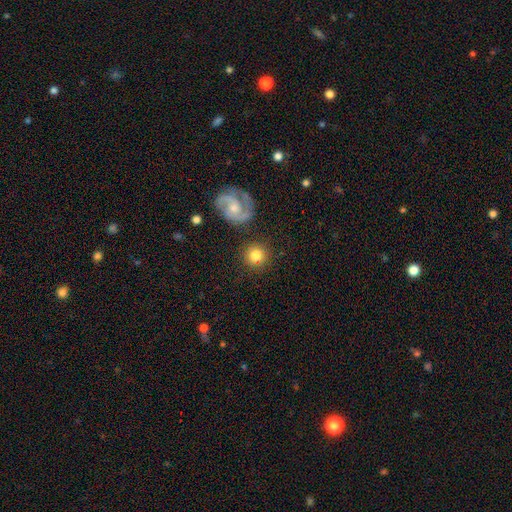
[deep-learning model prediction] smooth-or-featured: smooth: 76% | featured or disk: 15% | star or artifact: 9%
  how-rounded: round: 93% | in between: 6% | cigar-shaped: 1%
  merging: none: 80% | minor disturbance: 9% | merger: 7% | major disturbance: 3%